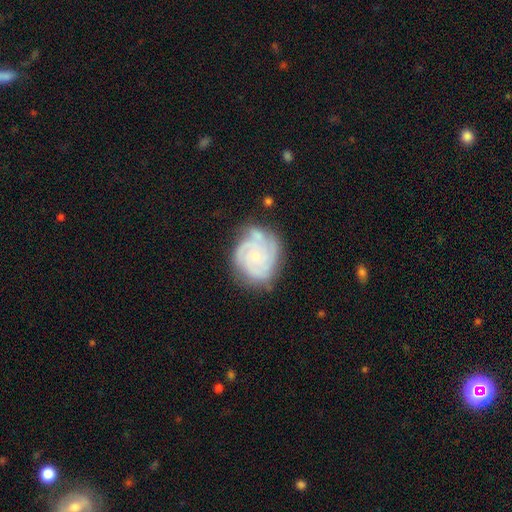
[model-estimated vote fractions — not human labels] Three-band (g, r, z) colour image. It shows a featured or disk galaxy (79%) with no bar (78%), 3 (37%) tight (67%) spiral arms (94%) and a small central bulge (76%). Merging: none (64%).